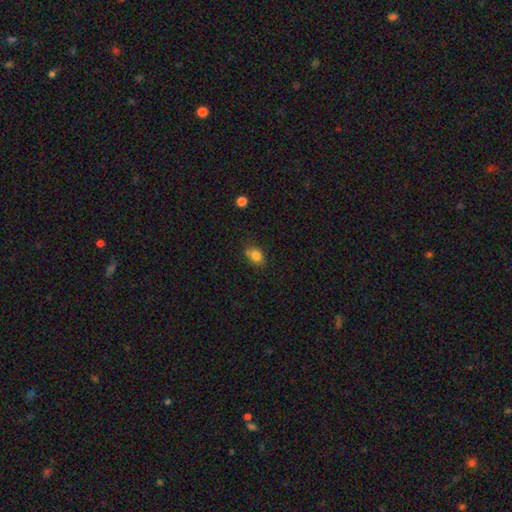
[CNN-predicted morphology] Smooth or featured: smooth — 80% (star or artifact — 11%)
How rounded: in between — 57% (round — 41%)
Merging: none — 62% (minor disturbance — 22%)